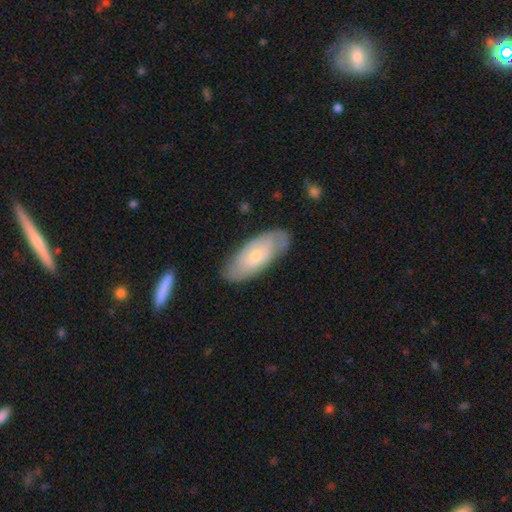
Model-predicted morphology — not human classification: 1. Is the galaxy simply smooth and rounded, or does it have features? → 54% smooth, 40% featured or disk, 6% star or artifact.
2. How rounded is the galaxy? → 83% in between, 15% cigar-shaped, 2% round.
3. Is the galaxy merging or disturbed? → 74% none, 20% minor disturbance, 5% major disturbance, 2% merger.